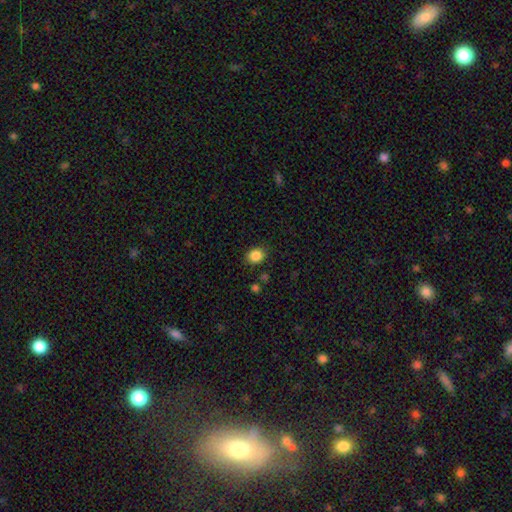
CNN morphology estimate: smooth_or_featured: smooth (p=0.86) [alt: star or artifact p=0.10]
how_rounded: round (p=0.61) [alt: in between p=0.38]
merging: none (p=0.85) [alt: minor disturbance p=0.10]